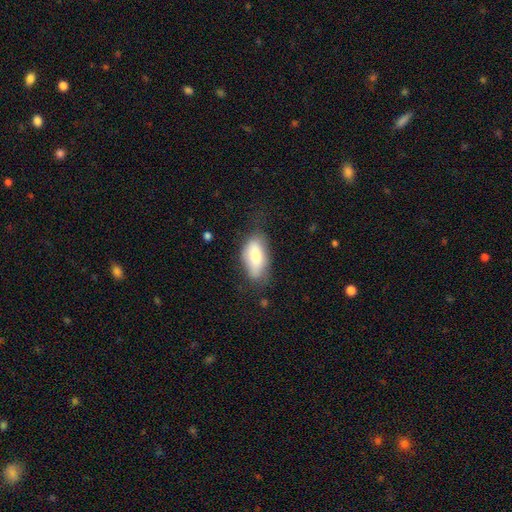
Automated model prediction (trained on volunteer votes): Morphology: type=smooth (72%); roundness=in between (90%); merging=none (61%).